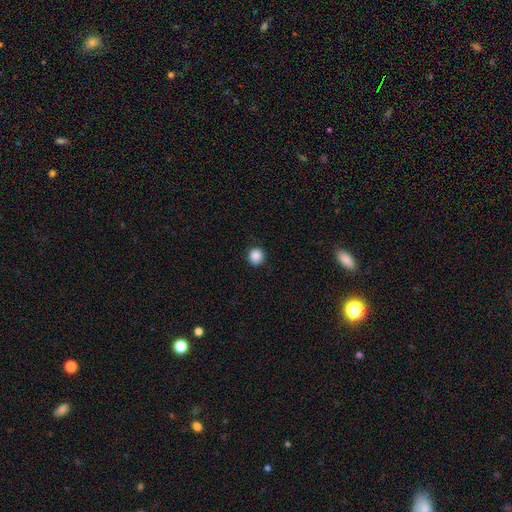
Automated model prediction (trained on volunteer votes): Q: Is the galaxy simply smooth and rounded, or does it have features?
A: smooth — 88%.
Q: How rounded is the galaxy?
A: round — 94%.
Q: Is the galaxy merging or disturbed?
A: none — 90%.